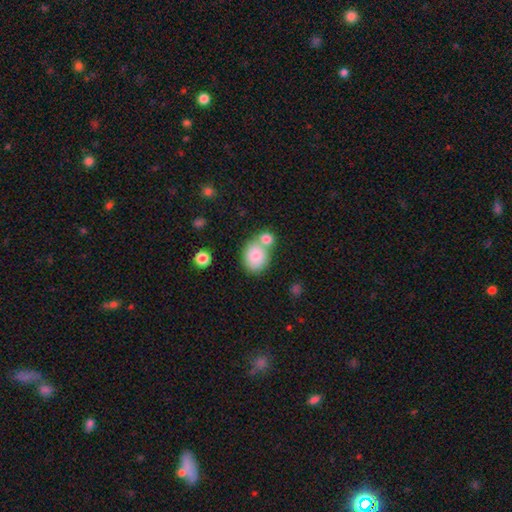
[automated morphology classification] type=smooth (83%); roundness=in between (53%); merging=none (47%).